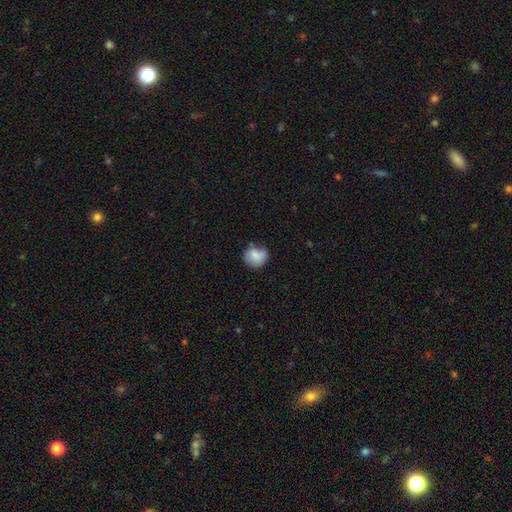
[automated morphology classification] A smooth galaxy with no disk features (82%) that is round (80%). Merging: none (60%).